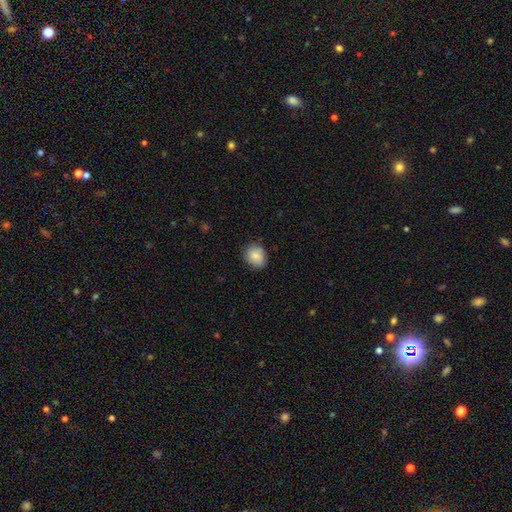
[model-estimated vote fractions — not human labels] This appears to be a smooth galaxy with no disk features (84%) that is round (64%). Merging: none (80%).